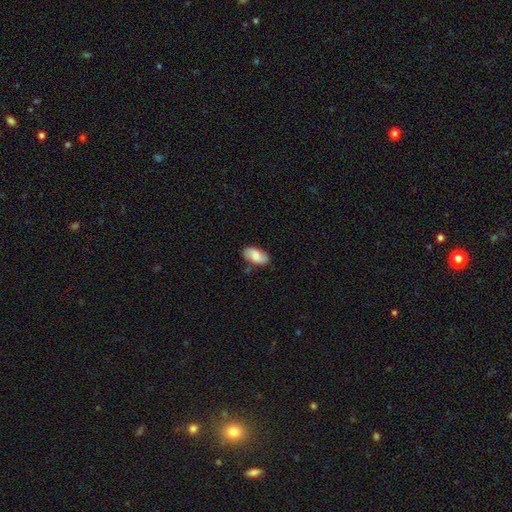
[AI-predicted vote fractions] The model was most divided on "merging": none: 77%, minor disturbance: 17%, major disturbance: 3%, merger: 3%. More confident: how rounded — in between (94%); smooth or featured — smooth (77%).